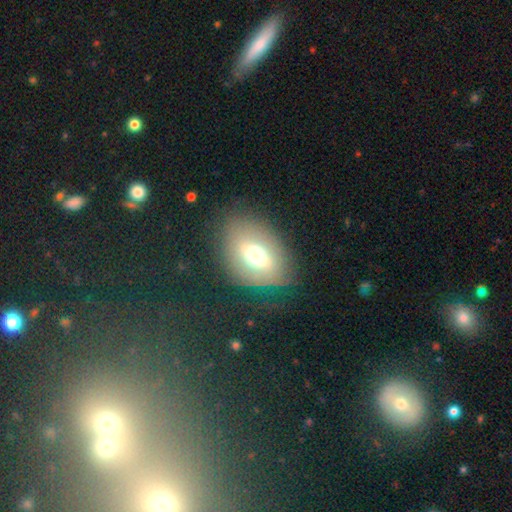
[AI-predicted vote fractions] Smooth or featured? smooth (57%)
How rounded? in between (63%)
Merging? none (75%)